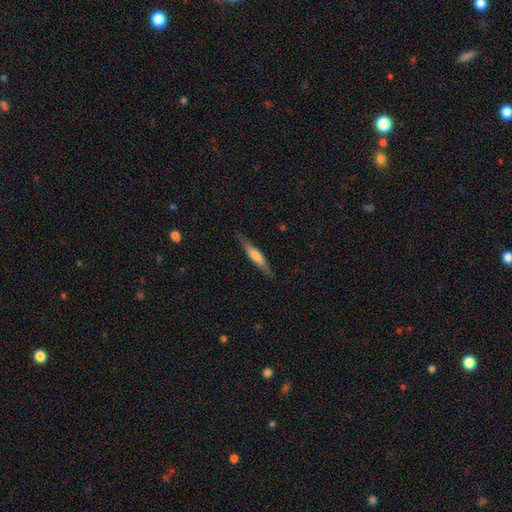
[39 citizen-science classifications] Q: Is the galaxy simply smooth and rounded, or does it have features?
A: smooth — 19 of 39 (49%).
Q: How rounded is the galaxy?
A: cigar-shaped — 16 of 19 (84%).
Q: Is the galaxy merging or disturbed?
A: none — 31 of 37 (84%).